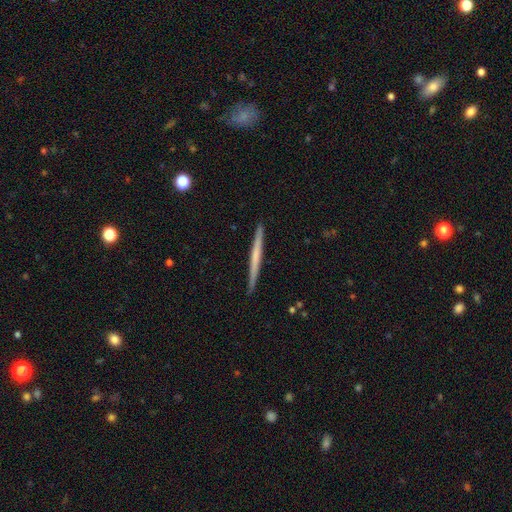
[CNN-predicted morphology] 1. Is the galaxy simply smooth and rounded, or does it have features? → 50% featured or disk, 44% smooth, 5% star or artifact.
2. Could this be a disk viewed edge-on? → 98% yes, 2% no.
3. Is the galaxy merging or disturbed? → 92% none, 6% minor disturbance, 1% major disturbance, 1% merger.